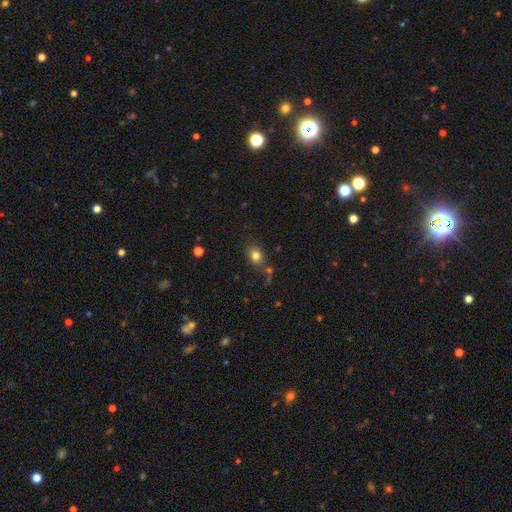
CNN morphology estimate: Smooth or featured: smooth — 80% (star or artifact — 12%)
How rounded: round — 50% (in between — 48%)
Merging: none — 69% (minor disturbance — 14%)